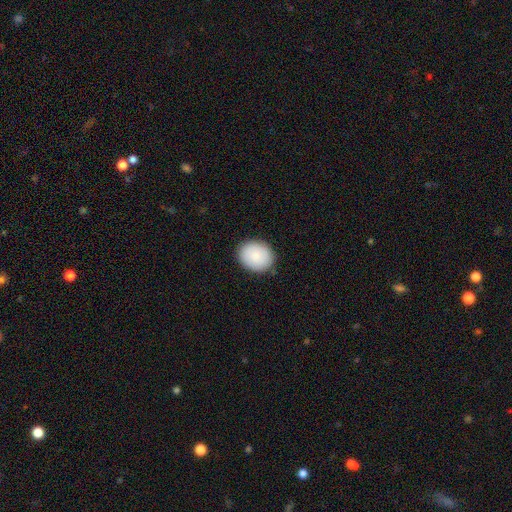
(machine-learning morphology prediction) smooth_or_featured: smooth (p=0.88) [alt: star or artifact p=0.06]
how_rounded: round (p=0.54) [alt: in between p=0.45]
merging: none (p=0.87) [alt: minor disturbance p=0.10]